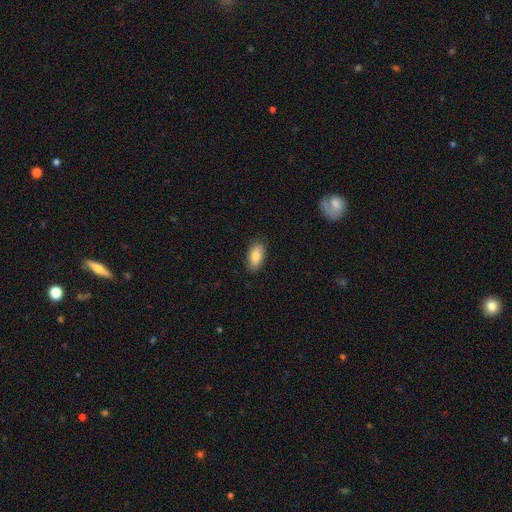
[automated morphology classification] A smooth galaxy with no disk features (84%) that is in between round and cigar-shaped (92%). Merging: none (85%).